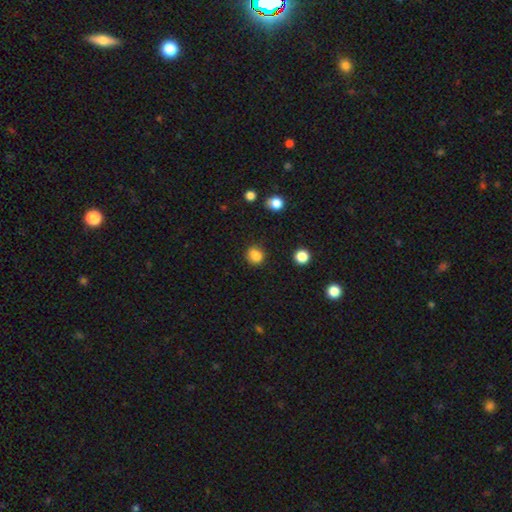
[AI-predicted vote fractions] Morphology: type=smooth (81%); roundness=round (77%); merging=none (73%).